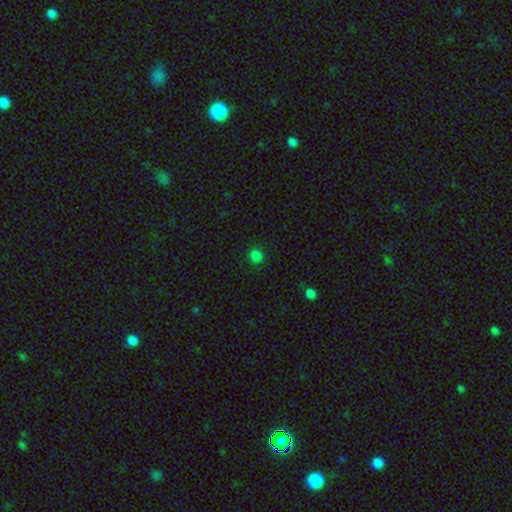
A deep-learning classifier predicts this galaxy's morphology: The model was most divided on "smooth or featured": smooth: 80%, star or artifact: 17%, featured or disk: 3%. More confident: how rounded — round (90%); merging — none (89%).